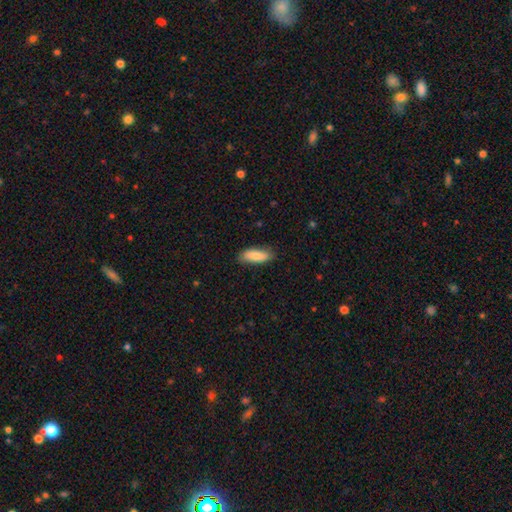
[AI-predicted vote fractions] A smooth galaxy with no disk features (84%) that is in between round and cigar-shaped (65%).

Vote fractions:
- Smooth or featured? smooth: 84% / featured or disk: 10% / star or artifact: 6%
- How rounded? in between: 65% / cigar-shaped: 33% / round: 2%
- Merging? none: 82% / minor disturbance: 14% / major disturbance: 2% / merger: 1%